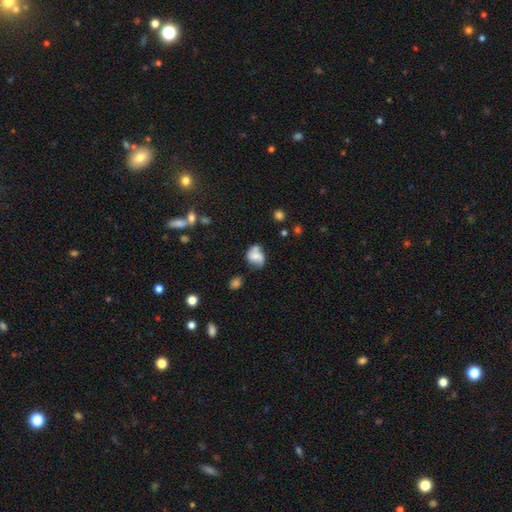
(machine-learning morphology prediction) Smooth or featured? smooth (52%)
How rounded? in between (56%)
Merging? none (46%)